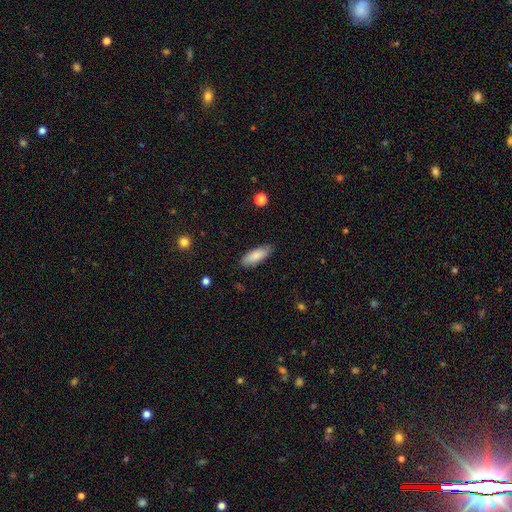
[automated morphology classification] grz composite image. It shows a smooth galaxy with no disk features (84%) that is in between round and cigar-shaped (64%). Merging: none (82%).